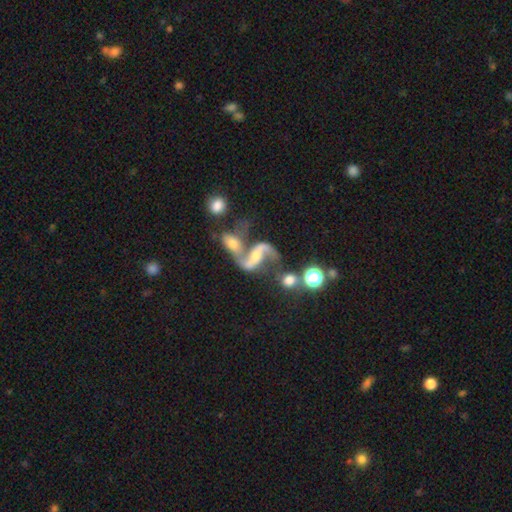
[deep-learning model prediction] Smooth or featured?
  - featured or disk: 83% *
  - smooth: 9%
  - star or artifact: 8%
Edge-on disk?
  - no: 96% *
  - yes: 4%
Bar?
  - weak: 37% *
  - no: 33%
  - strong: 30%
Spiral arms?
  - yes: 93% *
  - no: 7%
Spiral winding?
  - loose: 81% *
  - medium: 16%
  - tight: 3%
Spiral arm count?
  - 2: 90% *
  - 1: 5%
  - can't tell: 2%
  - 3: 1%
  - 4: 1%
  - more than 4: 1%
Bulge size?
  - moderate: 45% *
  - small: 39%
  - none: 9%
  - large: 6%
  - dominant: 2%
Merging?
  - merger: 52% *
  - none: 26%
  - major disturbance: 11%
  - minor disturbance: 11%